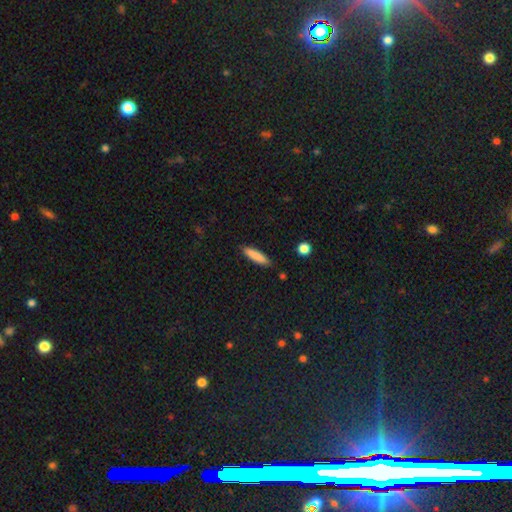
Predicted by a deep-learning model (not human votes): Overall: smooth (85%). How rounded: cigar-shaped (79%). Merging: none (87%).